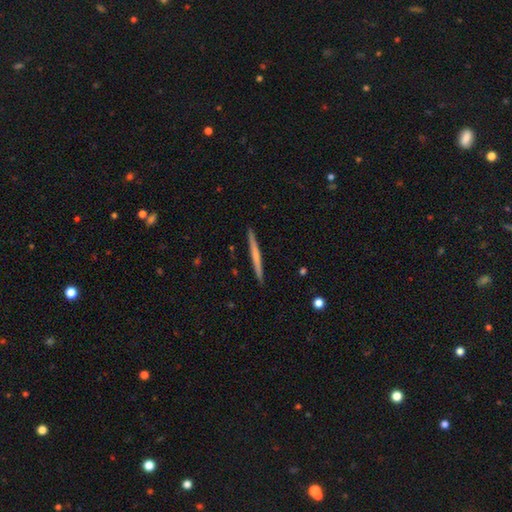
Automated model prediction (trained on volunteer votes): featured or disk 48%, smooth 47%, star or artifact 5%. Down the decision tree: merging — none (92%).